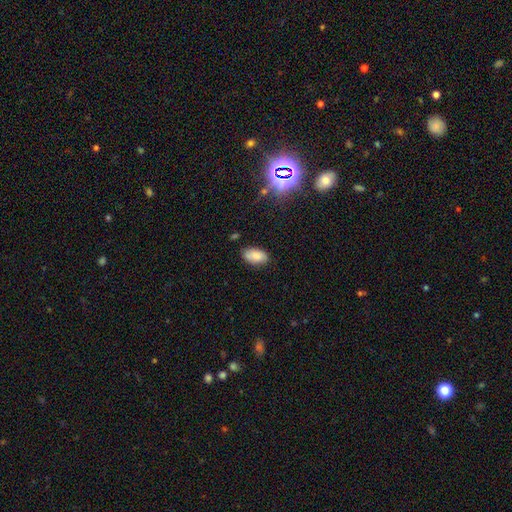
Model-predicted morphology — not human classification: Smooth or featured?
  - smooth: 83% *
  - star or artifact: 9%
  - featured or disk: 8%
How rounded?
  - in between: 94% *
  - round: 4%
  - cigar-shaped: 2%
Merging?
  - none: 82% *
  - minor disturbance: 14%
  - major disturbance: 3%
  - merger: 2%